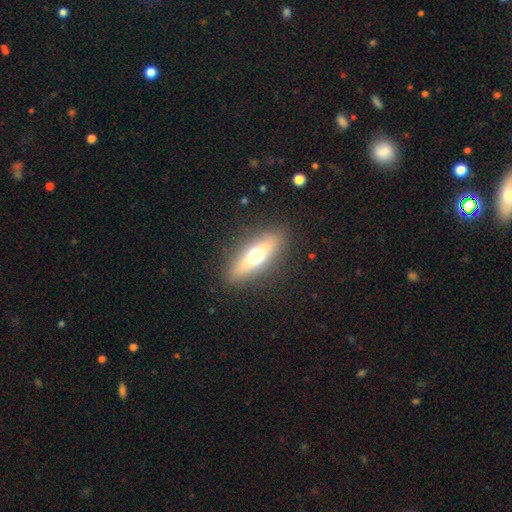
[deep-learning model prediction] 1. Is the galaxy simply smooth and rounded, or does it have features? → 46% smooth, 45% featured or disk, 9% star or artifact.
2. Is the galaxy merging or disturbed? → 88% none, 8% minor disturbance, 3% major disturbance, 1% merger.